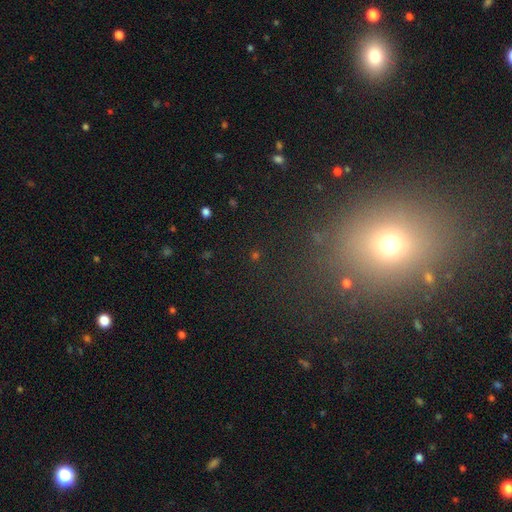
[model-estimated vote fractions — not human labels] Smooth or featured? Predicted: star or artifact (p=0.58).